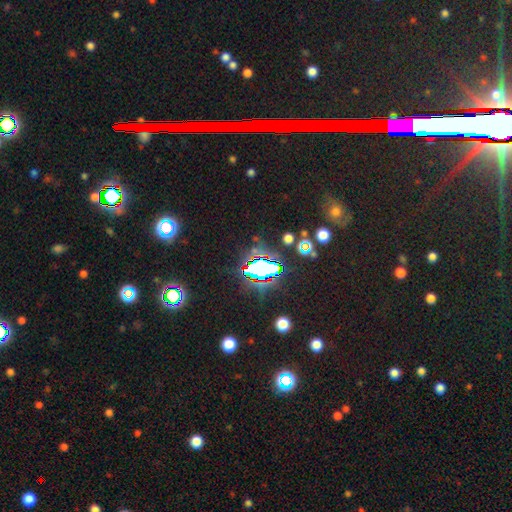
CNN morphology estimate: smooth-or-featured: star or artifact: 68% | smooth: 20% | featured or disk: 12%